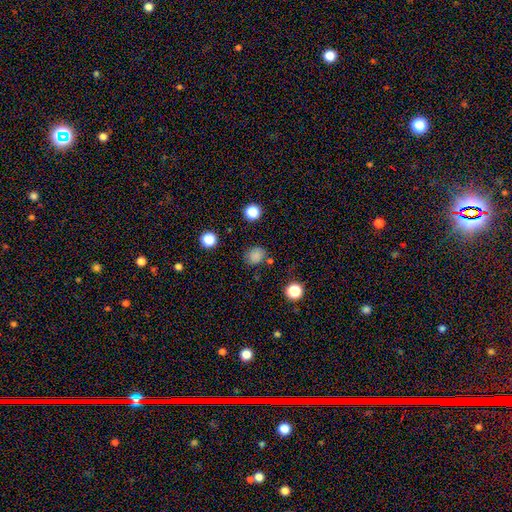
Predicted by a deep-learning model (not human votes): A smooth galaxy with no disk features (80%) that is round (76%). Merging: none (77%).